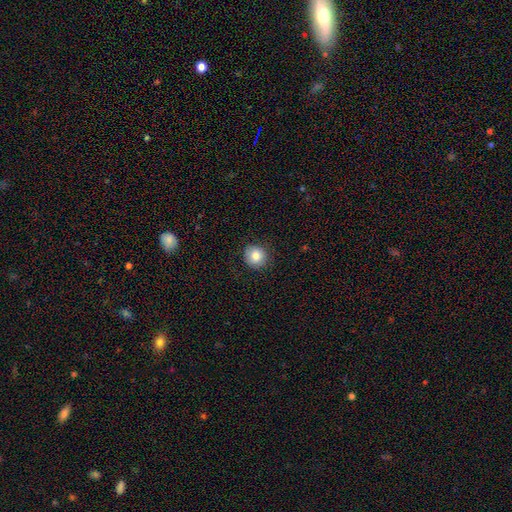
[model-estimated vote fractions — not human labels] A smooth galaxy with no disk features (83%) that is round (90%). Merging: none (85%).